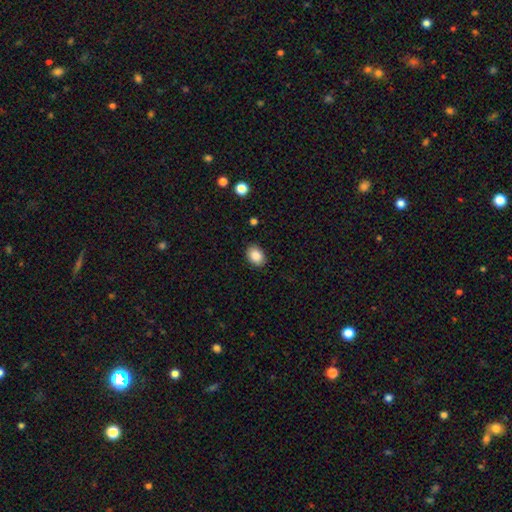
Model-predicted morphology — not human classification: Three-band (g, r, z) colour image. It shows a smooth galaxy with no disk features (87%) that is in between round and cigar-shaped (70%). Merging: none (88%).